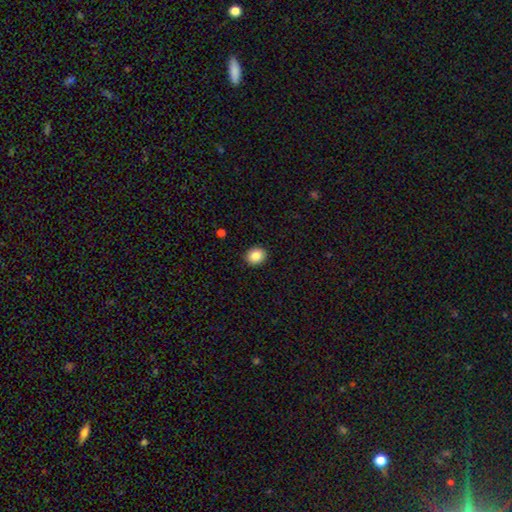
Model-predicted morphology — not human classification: smooth_or_featured: smooth (p=0.85) [alt: star or artifact p=0.09]
how_rounded: round (p=0.64) [alt: in between p=0.35]
merging: none (p=0.92) [alt: minor disturbance p=0.06]